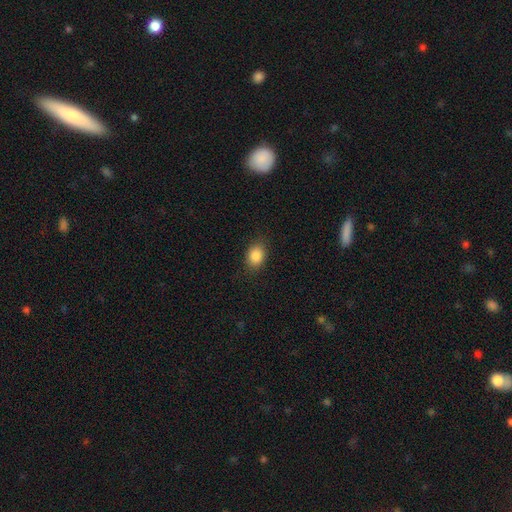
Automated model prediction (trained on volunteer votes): smooth-or-featured: smooth: 87% | star or artifact: 9% | featured or disk: 4%
  how-rounded: in between: 69% | round: 30% | cigar-shaped: 1%
  merging: none: 85% | minor disturbance: 11% | major disturbance: 3% | merger: 1%